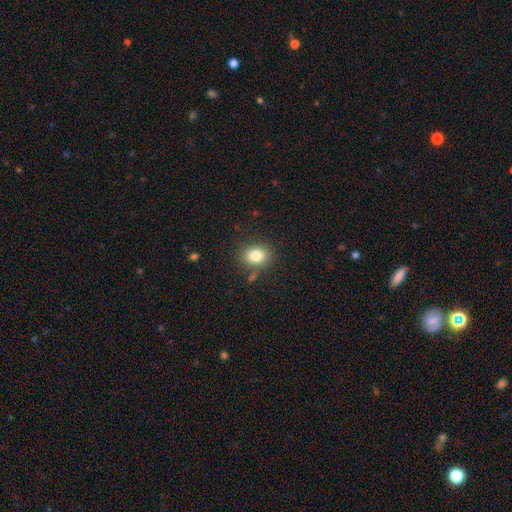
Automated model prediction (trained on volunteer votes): Q: Smooth or featured?
A: smooth (81%); runner-up: star or artifact (11%)
Q: How rounded?
A: in between (50%); runner-up: round (49%)
Q: Merging?
A: none (81%); runner-up: minor disturbance (11%)